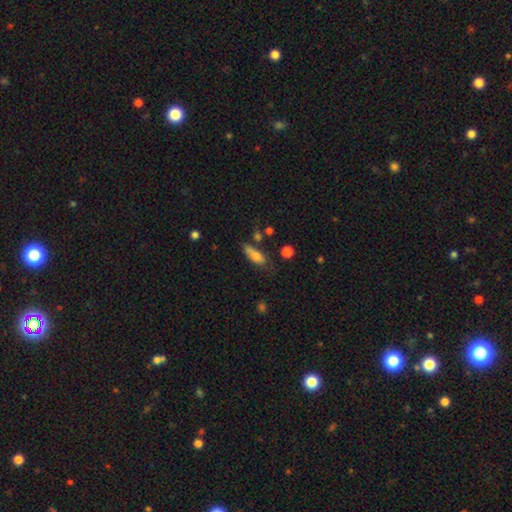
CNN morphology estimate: Smooth or featured? Predicted: smooth (p=0.76). How rounded? Predicted: in between (p=0.58). Merging? Predicted: none (p=0.54).